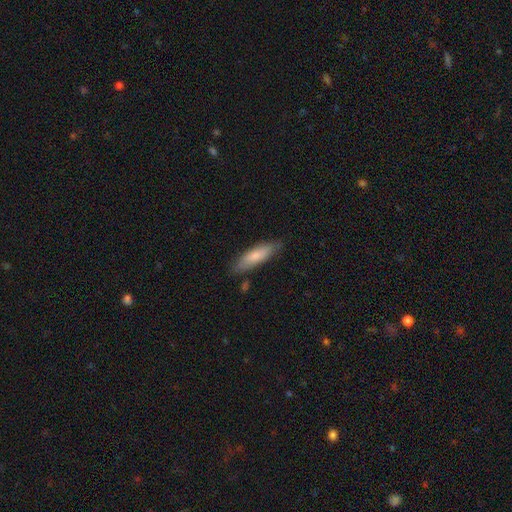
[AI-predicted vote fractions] Smooth or featured? Predicted: smooth (p=0.76). How rounded? Predicted: cigar-shaped (p=0.56). Merging? Predicted: none (p=0.78).